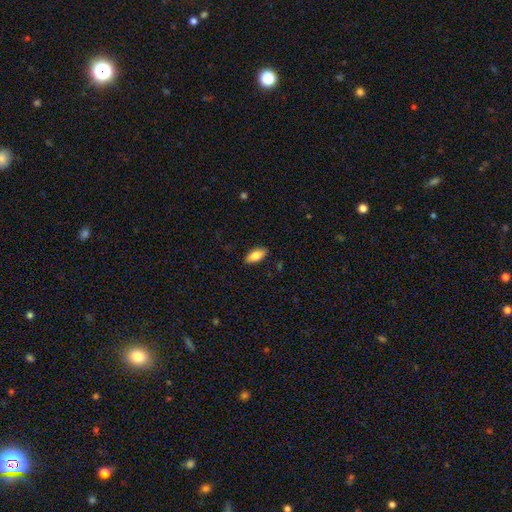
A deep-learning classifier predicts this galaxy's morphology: smooth_or_featured: smooth (p=0.84) [alt: featured or disk p=0.09]
how_rounded: in between (p=0.89) [alt: cigar-shaped p=0.09]
merging: none (p=0.87) [alt: minor disturbance p=0.09]